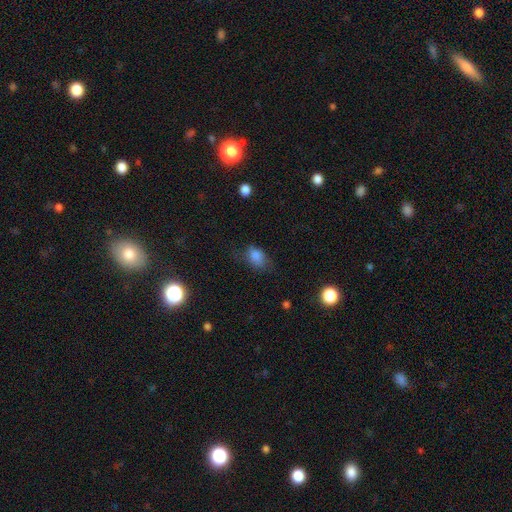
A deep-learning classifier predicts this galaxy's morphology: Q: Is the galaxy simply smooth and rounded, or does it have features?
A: smooth — 80%.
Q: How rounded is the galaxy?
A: in between — 79%.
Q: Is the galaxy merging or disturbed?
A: none — 57%.